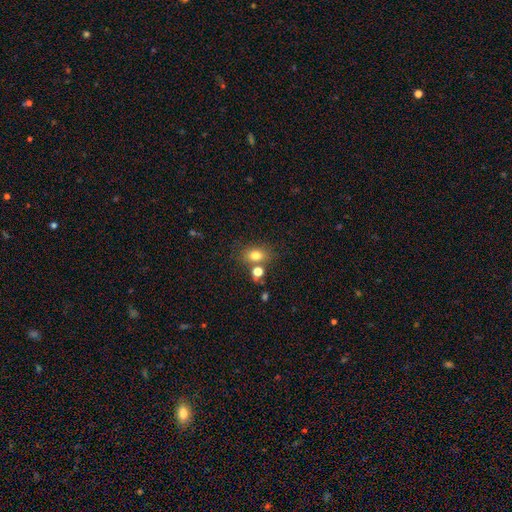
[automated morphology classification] This is likely a smooth galaxy (78%). How rounded: likely in between (64%). Merging: likely none (62%).